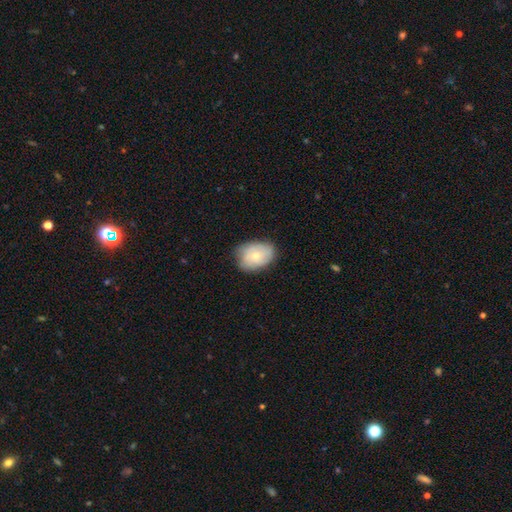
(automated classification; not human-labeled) The model was most divided on "smooth or featured": smooth: 66%, featured or disk: 27%, star or artifact: 7%. More confident: how rounded — in between (73%); merging — none (69%).